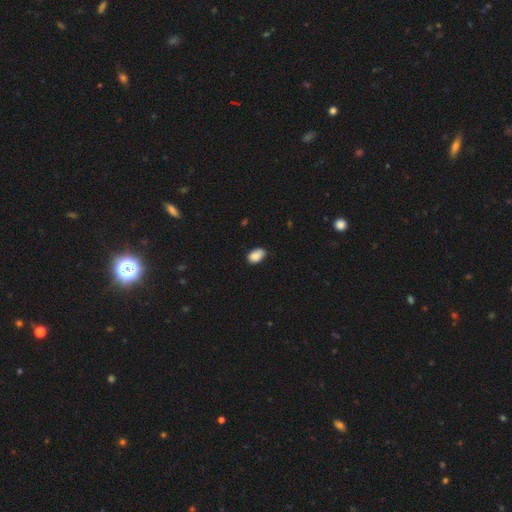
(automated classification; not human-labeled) smooth_or_featured: smooth (p=0.88) [alt: star or artifact p=0.08]
how_rounded: in between (p=0.89) [alt: round p=0.10]
merging: none (p=0.74) [alt: minor disturbance p=0.22]